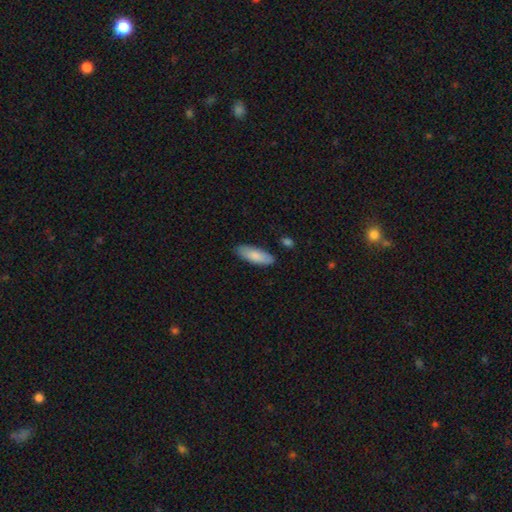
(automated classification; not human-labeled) A smooth galaxy with no disk features (85%) that is in between round and cigar-shaped (68%).

Vote fractions:
- Smooth or featured? smooth: 85% / featured or disk: 10% / star or artifact: 6%
- How rounded? in between: 68% / cigar-shaped: 30% / round: 2%
- Merging? none: 84% / minor disturbance: 12% / major disturbance: 2% / merger: 2%